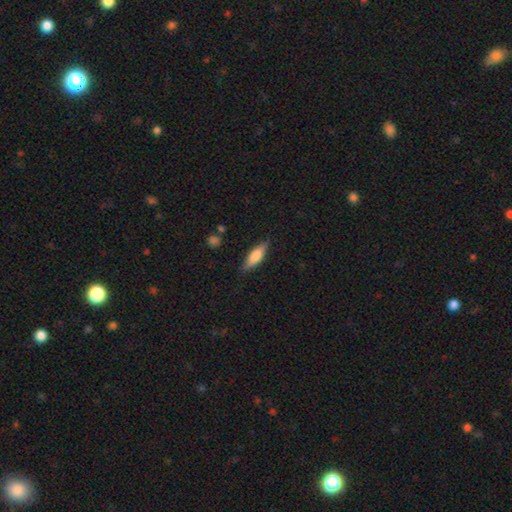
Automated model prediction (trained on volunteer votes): Smooth or featured: smooth — 64% (featured or disk — 30%)
How rounded: cigar-shaped — 53% (in between — 45%)
Merging: none — 84% (minor disturbance — 12%)